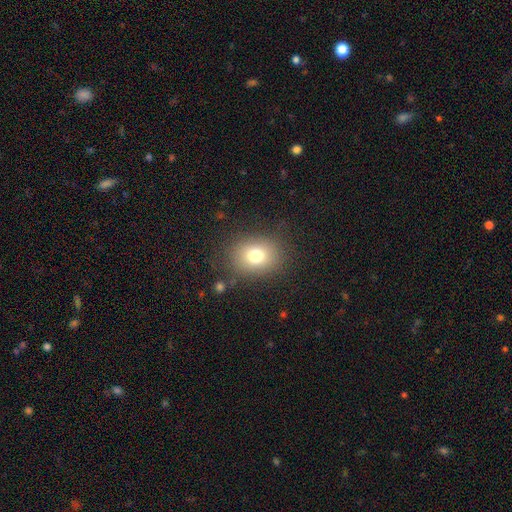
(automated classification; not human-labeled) A smooth galaxy with no disk features (76%) that is round (55%).

Vote fractions:
- Smooth or featured? smooth: 76% / star or artifact: 13% / featured or disk: 12%
- How rounded? round: 55% / in between: 44% / cigar-shaped: 1%
- Merging? none: 81% / minor disturbance: 12% / major disturbance: 5% / merger: 2%